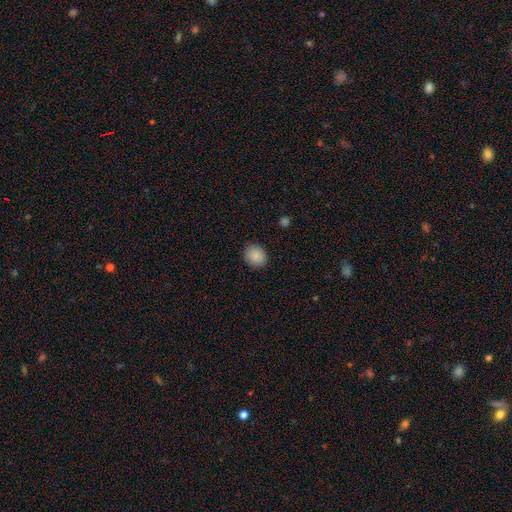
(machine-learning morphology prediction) smooth 87%, star or artifact 9%, featured or disk 5%. Down the decision tree: how rounded — round (81%); merging — none (89%).